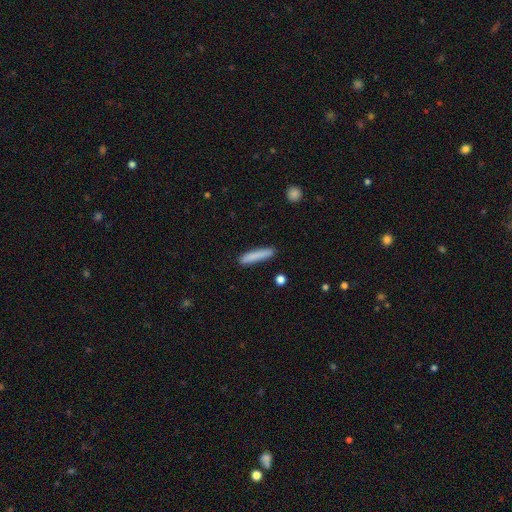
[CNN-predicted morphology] Q: Smooth or featured?
A: smooth (83%); runner-up: featured or disk (10%)
Q: How rounded?
A: cigar-shaped (92%); runner-up: in between (7%)
Q: Merging?
A: none (86%); runner-up: minor disturbance (10%)